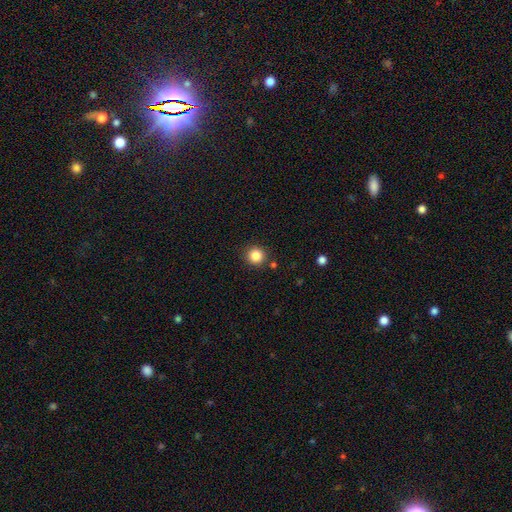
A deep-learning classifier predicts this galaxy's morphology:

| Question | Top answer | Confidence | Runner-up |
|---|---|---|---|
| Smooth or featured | smooth | 85% | star or artifact (11%) |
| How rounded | round | 94% | in between (5%) |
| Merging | none | 88% | minor disturbance (6%) |